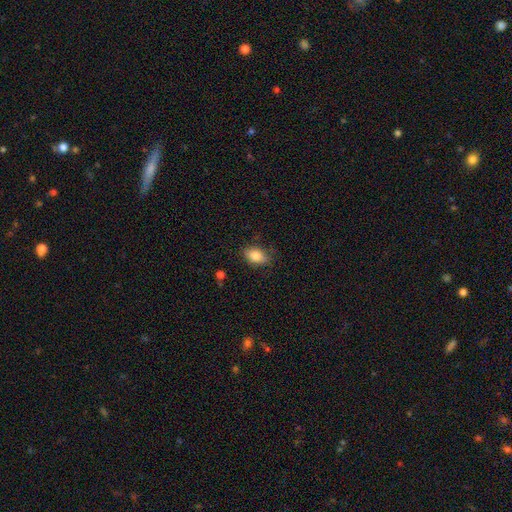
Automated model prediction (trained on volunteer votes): Smooth or featured?
  - smooth: 82% *
  - featured or disk: 10%
  - star or artifact: 8%
How rounded?
  - in between: 86% *
  - round: 12%
  - cigar-shaped: 3%
Merging?
  - none: 80% *
  - minor disturbance: 16%
  - major disturbance: 3%
  - merger: 1%